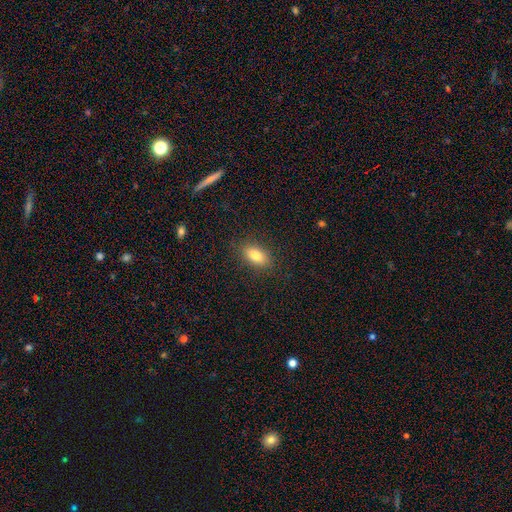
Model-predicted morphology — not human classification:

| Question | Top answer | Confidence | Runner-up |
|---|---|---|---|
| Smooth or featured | smooth | 81% | featured or disk (10%) |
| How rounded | in between | 87% | round (7%) |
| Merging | none | 87% | minor disturbance (9%) |